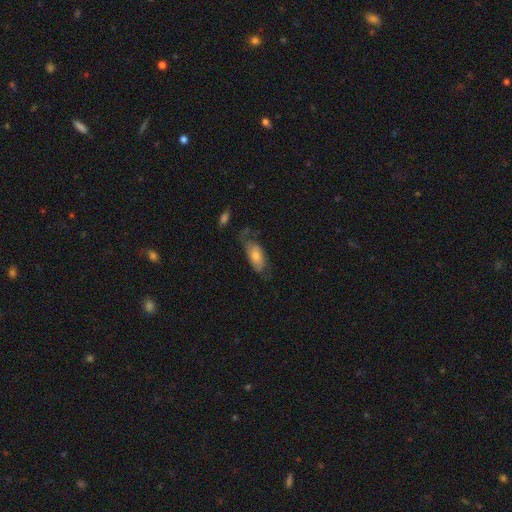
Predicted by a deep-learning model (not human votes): smooth-or-featured: smooth: 57% | featured or disk: 37% | star or artifact: 7%
  how-rounded: in between: 88% | cigar-shaped: 8% | round: 3%
  merging: none: 46% | minor disturbance: 26% | major disturbance: 25% | merger: 3%